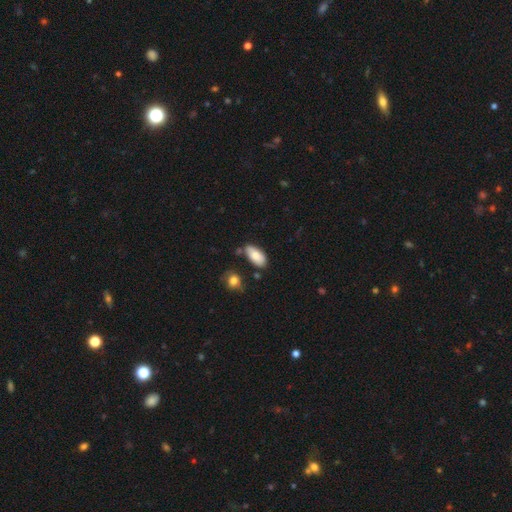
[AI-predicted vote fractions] A smooth galaxy with no disk features (84%) that is in between round and cigar-shaped (92%). Merging: none (69%).